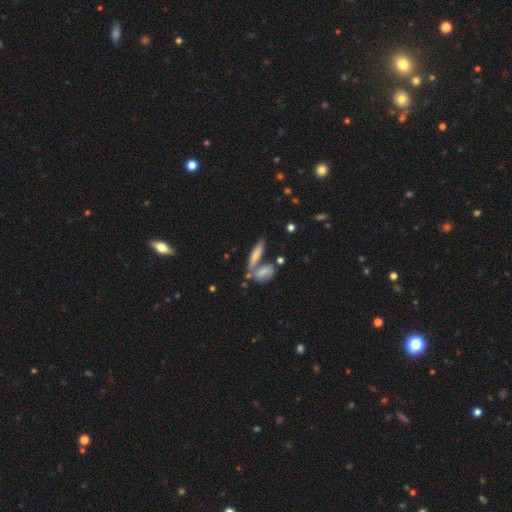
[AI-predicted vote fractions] A smooth galaxy with no disk features (64%) that is cigar-shaped (68%).

Vote fractions:
- Smooth or featured? smooth: 64% / featured or disk: 28% / star or artifact: 8%
- How rounded? cigar-shaped: 68% / in between: 29% / round: 4%
- Merging? none: 48% / merger: 36% / minor disturbance: 11% / major disturbance: 5%